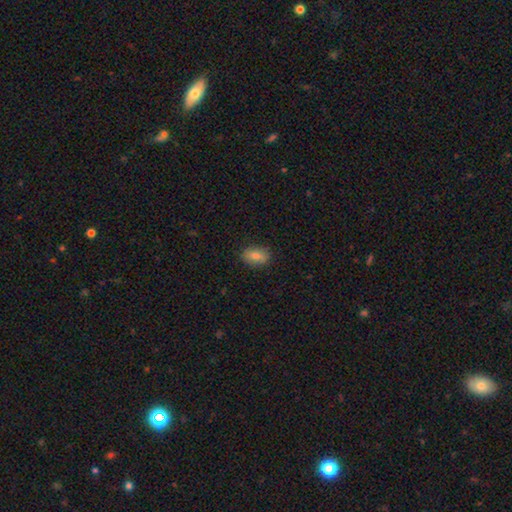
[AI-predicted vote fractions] A smooth galaxy with no disk features (77%) that is in between round and cigar-shaped (83%). Merging: none (86%).